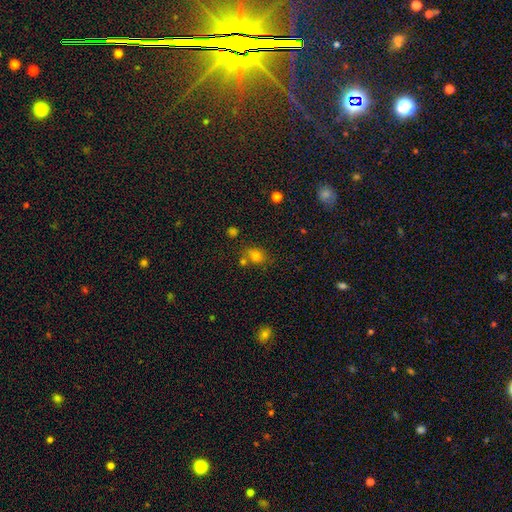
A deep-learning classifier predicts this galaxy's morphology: A smooth galaxy with no disk features (77%) that is round (51%). Merging: none (60%).